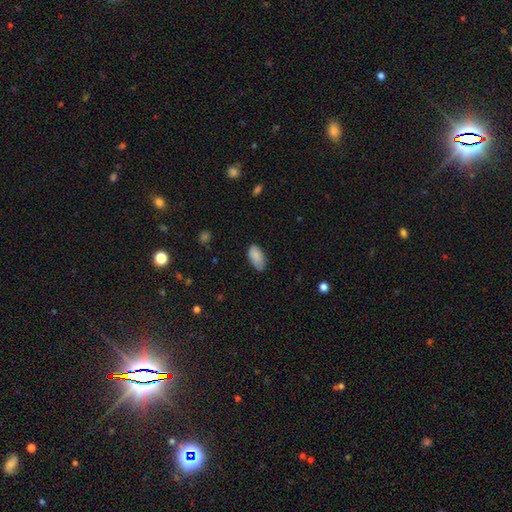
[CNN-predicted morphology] Smooth or featured?
  - smooth: 87% *
  - star or artifact: 7%
  - featured or disk: 6%
How rounded?
  - in between: 94% *
  - cigar-shaped: 3%
  - round: 3%
Merging?
  - none: 62% *
  - minor disturbance: 31%
  - major disturbance: 6%
  - merger: 2%